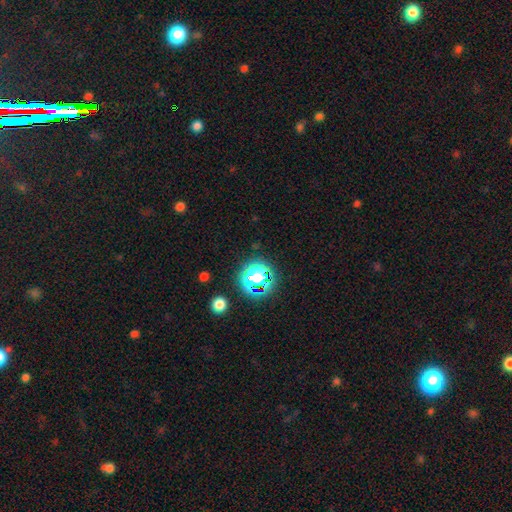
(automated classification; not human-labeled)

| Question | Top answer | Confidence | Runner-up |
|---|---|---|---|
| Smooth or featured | star or artifact | 75% | smooth (18%) |